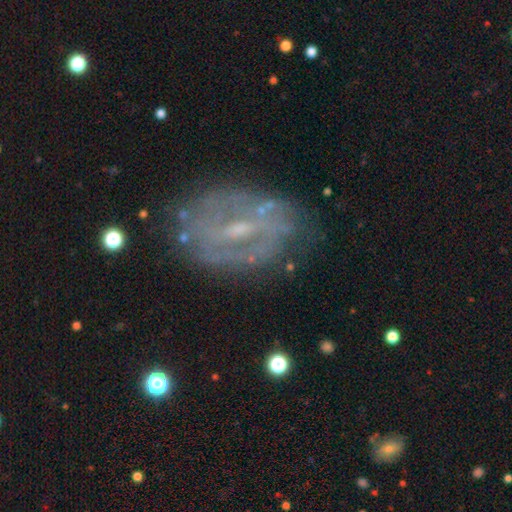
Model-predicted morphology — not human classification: Smooth or featured? featured or disk (76%)
Edge-on disk? no (95%)
Bar? weak (50%)
Spiral arms? yes (61%)
Bulge size? small (55%)
Merging? none (67%)